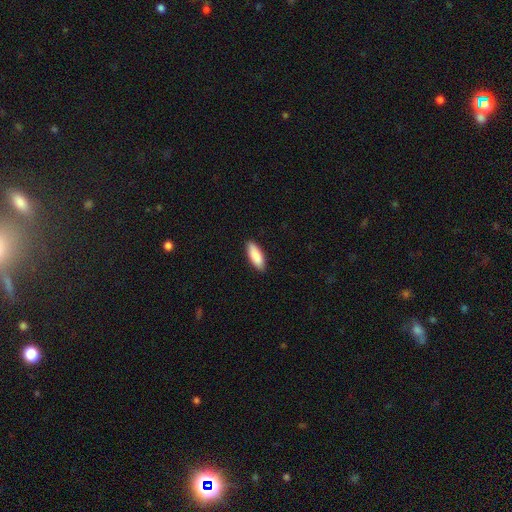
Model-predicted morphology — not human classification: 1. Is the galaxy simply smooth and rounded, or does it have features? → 89% smooth, 6% featured or disk, 5% star or artifact.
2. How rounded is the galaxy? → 69% in between, 30% cigar-shaped, 2% round.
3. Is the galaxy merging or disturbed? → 90% none, 8% minor disturbance, 2% major disturbance, 1% merger.